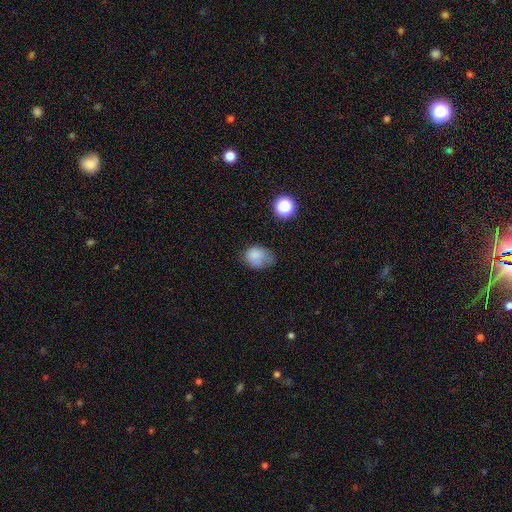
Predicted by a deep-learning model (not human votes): The model was most divided on "merging": none: 42%, minor disturbance: 37%, major disturbance: 17%, merger: 4%. More confident: smooth or featured — smooth (79%); how rounded — in between (53%).